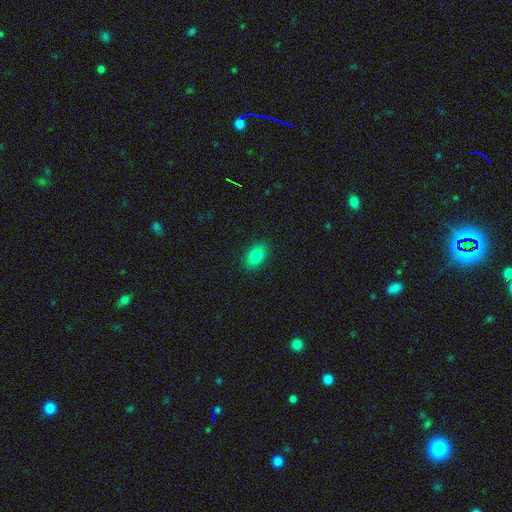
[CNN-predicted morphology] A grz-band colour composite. It shows a smooth galaxy with no disk features (85%) that is in between round and cigar-shaped (90%). Merging: none (87%).